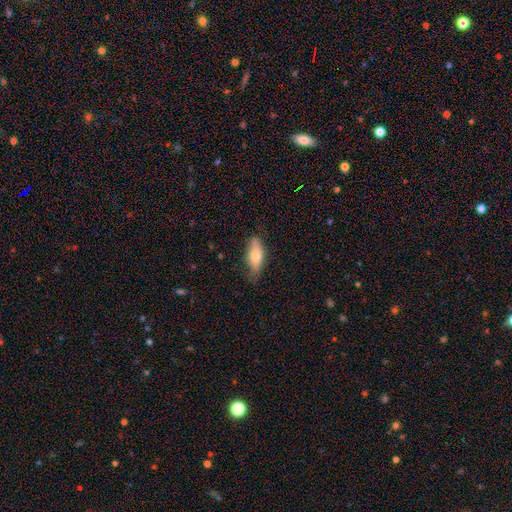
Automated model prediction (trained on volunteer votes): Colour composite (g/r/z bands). It shows a smooth galaxy with no disk features (70%) that is in between round and cigar-shaped (70%). Merging: none (70%).